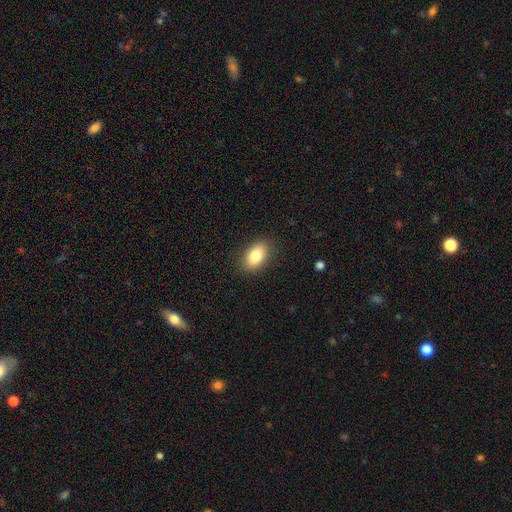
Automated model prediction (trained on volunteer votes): The model was most divided on "smooth or featured": smooth: 84%, featured or disk: 9%, star or artifact: 7%. More confident: how rounded — in between (92%); merging — none (87%).